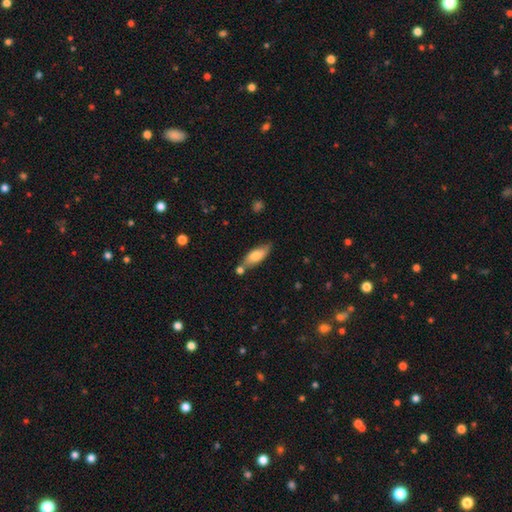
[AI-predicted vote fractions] Q: Smooth or featured?
A: smooth (73%); runner-up: featured or disk (20%)
Q: How rounded?
A: in between (69%); runner-up: cigar-shaped (29%)
Q: Merging?
A: none (64%); runner-up: minor disturbance (19%)